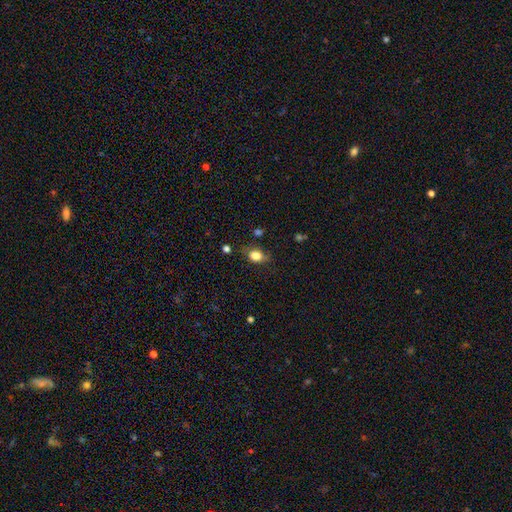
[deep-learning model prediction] smooth 82%, star or artifact 10%, featured or disk 8%. Down the decision tree: how rounded — in between (66%); merging — none (69%).